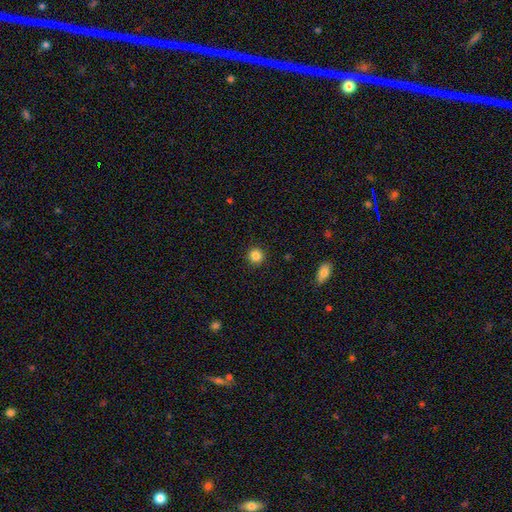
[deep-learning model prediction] smooth_or_featured: smooth (p=0.85) [alt: star or artifact p=0.11]
how_rounded: round (p=0.94) [alt: in between p=0.05]
merging: none (p=0.92) [alt: minor disturbance p=0.05]